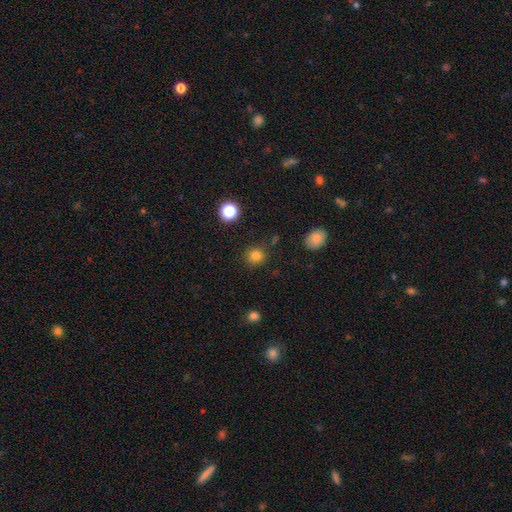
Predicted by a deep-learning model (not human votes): Smooth or featured: smooth — 81% (star or artifact — 14%)
How rounded: round — 90% (in between — 9%)
Merging: none — 88% (minor disturbance — 8%)